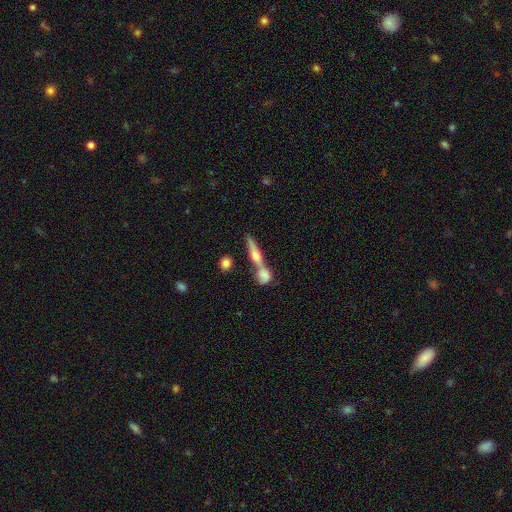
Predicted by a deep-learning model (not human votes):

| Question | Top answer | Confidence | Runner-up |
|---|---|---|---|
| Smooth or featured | featured or disk | 57% | smooth (32%) |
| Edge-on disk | yes | 89% | no (11%) |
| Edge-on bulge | rounded | 87% | none (7%) |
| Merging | none | 50% | merger (36%) |